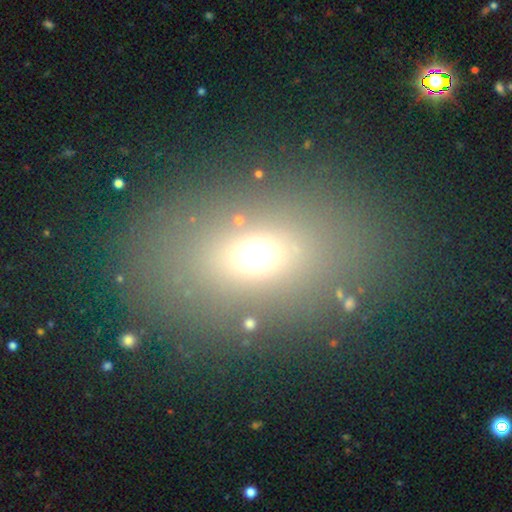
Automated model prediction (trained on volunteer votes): This is likely a smooth galaxy (64%). How rounded: likely in between (68%). Merging: clearly none (82%).